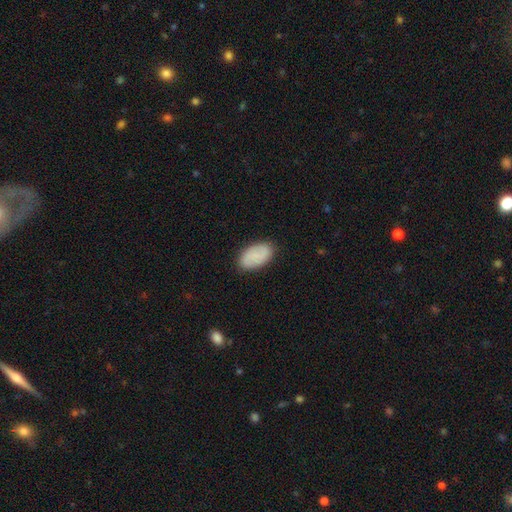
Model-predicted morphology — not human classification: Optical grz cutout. It shows a smooth galaxy with no disk features (71%) that is in between round and cigar-shaped (94%). Merging: none (86%).